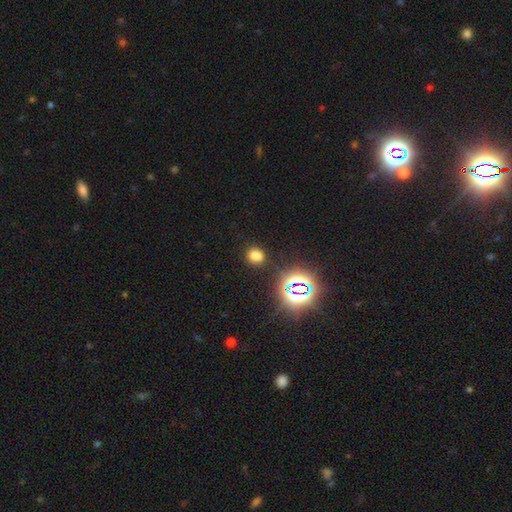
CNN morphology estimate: This appears to be a smooth galaxy with no disk features (67%) that is round (63%). Merging: none (74%).